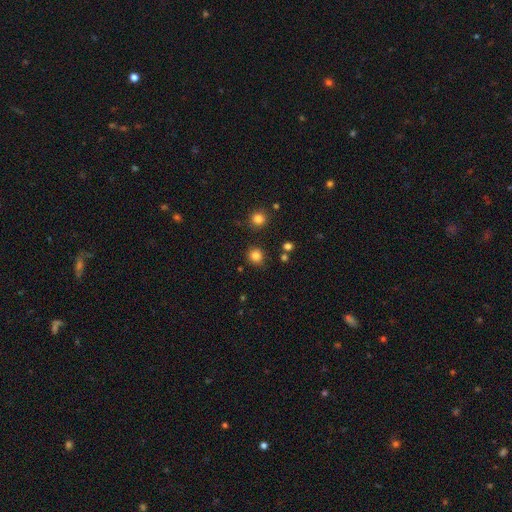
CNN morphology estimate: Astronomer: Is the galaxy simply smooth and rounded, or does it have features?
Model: smooth — 83%.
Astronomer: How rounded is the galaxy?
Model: round — 89%.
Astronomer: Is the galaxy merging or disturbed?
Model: none — 87%.